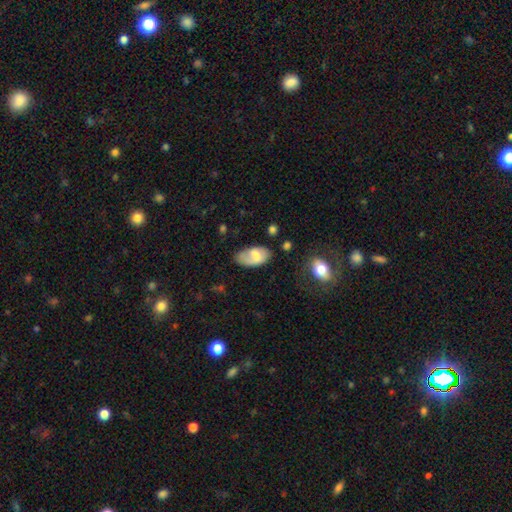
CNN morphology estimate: Smooth or featured: smooth — 67% (featured or disk — 26%)
How rounded: in between — 94% (round — 4%)
Merging: none — 51% (minor disturbance — 33%)